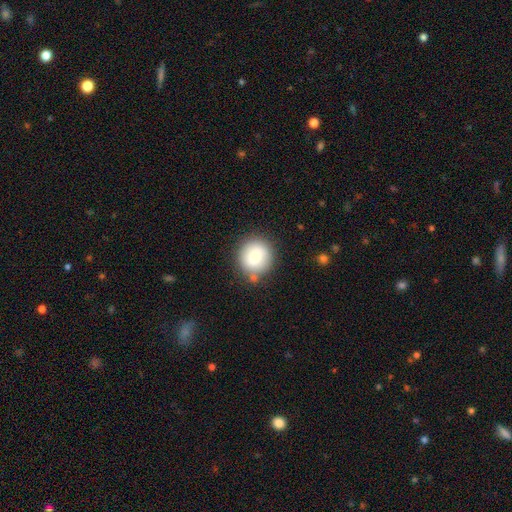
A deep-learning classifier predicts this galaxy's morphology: Smooth or featured: smooth — 76% (featured or disk — 16%)
How rounded: round — 87% (in between — 12%)
Merging: none — 74% (minor disturbance — 14%)